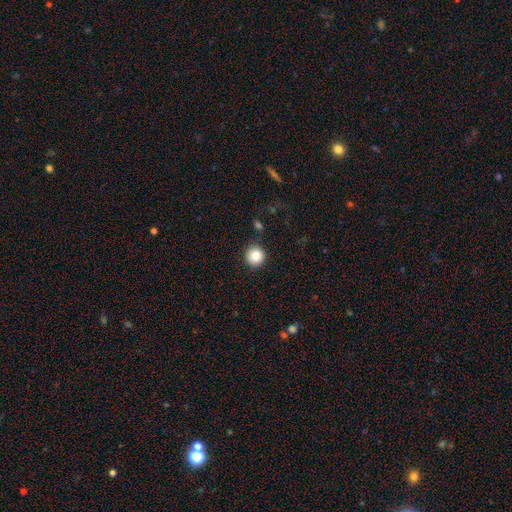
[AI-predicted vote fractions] Overall: smooth (84%). How rounded: round (94%). Merging: none (90%).